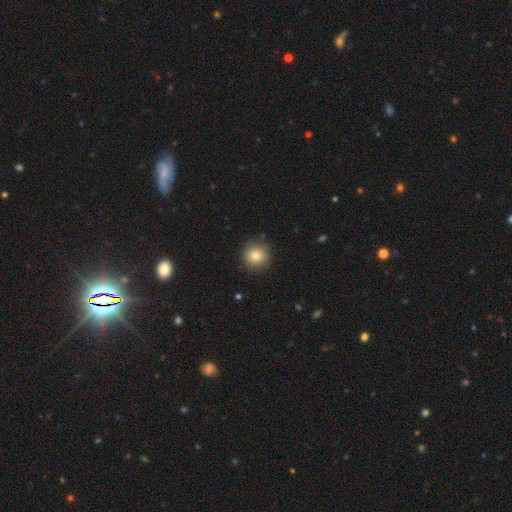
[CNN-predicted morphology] A smooth galaxy with no disk features (80%) that is round (95%). Merging: none (89%).